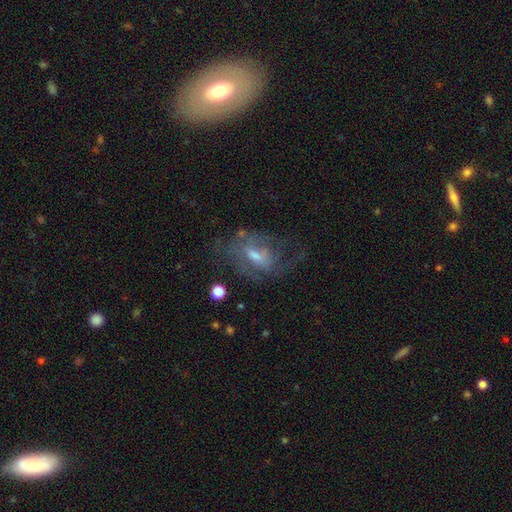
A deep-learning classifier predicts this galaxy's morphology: type=featured or disk (63%); edge-on=no (94%); bar=weak (47%); spiral arms=yes (65%); bulge=moderate (48%); merging=none (45%).